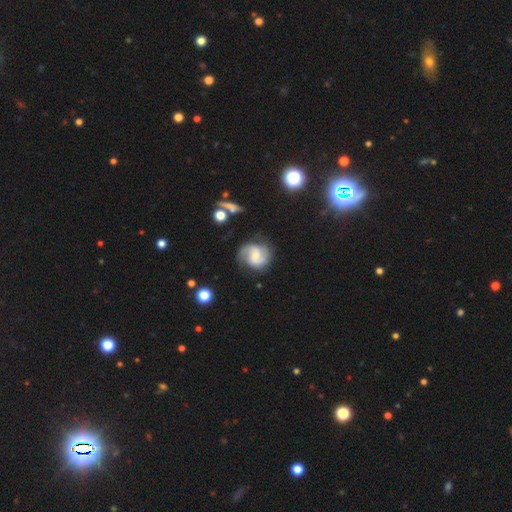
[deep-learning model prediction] smooth_or_featured: featured or disk (p=0.78) [alt: smooth p=0.15]
disk_edge_on: no (p=0.98) [alt: yes p=0.02]
bar: no (p=0.45) [alt: weak p=0.43]
has_spiral_arms: yes (p=0.95) [alt: no p=0.05]
spiral_winding: medium (p=0.50) [alt: tight p=0.28]
spiral_arm_count: 2 (p=0.87) [alt: can't tell p=0.06]
bulge_size: small (p=0.52) [alt: moderate p=0.37]
merging: none (p=0.76) [alt: minor disturbance p=0.16]